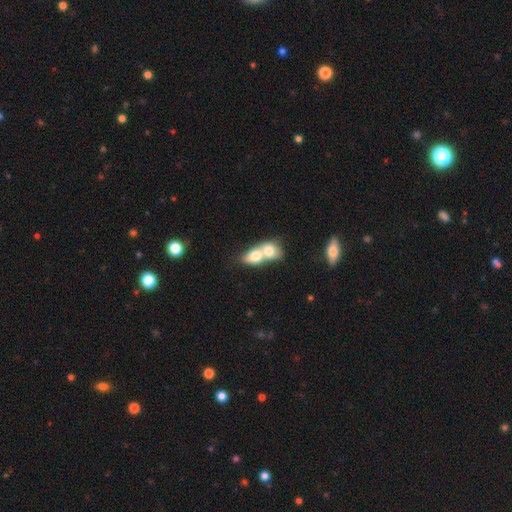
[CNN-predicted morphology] smooth 71%, featured or disk 21%, star or artifact 8%. Down the decision tree: how rounded — in between (63%); merging — merger (83%).